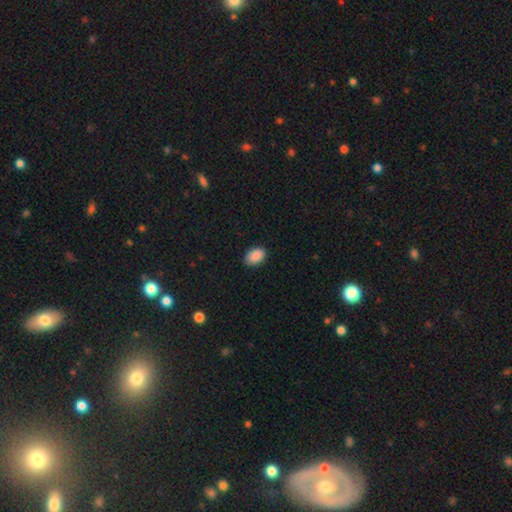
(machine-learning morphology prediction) Smooth or featured: smooth — 90% (star or artifact — 7%)
How rounded: in between — 86% (round — 13%)
Merging: none — 87% (minor disturbance — 10%)